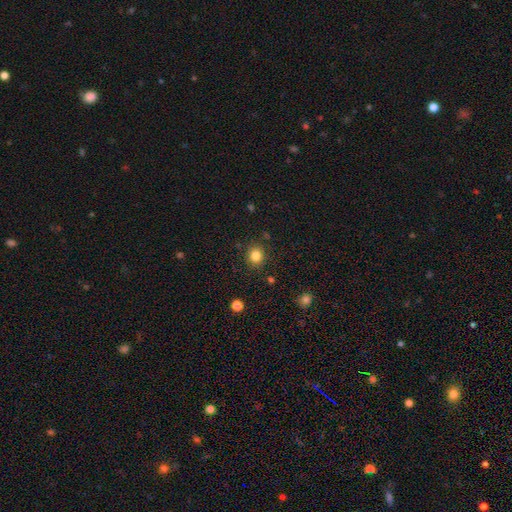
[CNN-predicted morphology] A smooth galaxy with no disk features (83%) that is round (80%). Merging: none (87%).